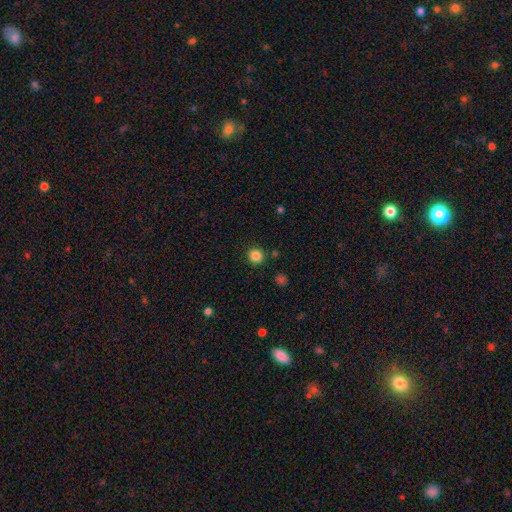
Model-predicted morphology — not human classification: The model was most divided on "smooth or featured": smooth: 85%, star or artifact: 11%, featured or disk: 4%. More confident: how rounded — round (93%); merging — none (89%).